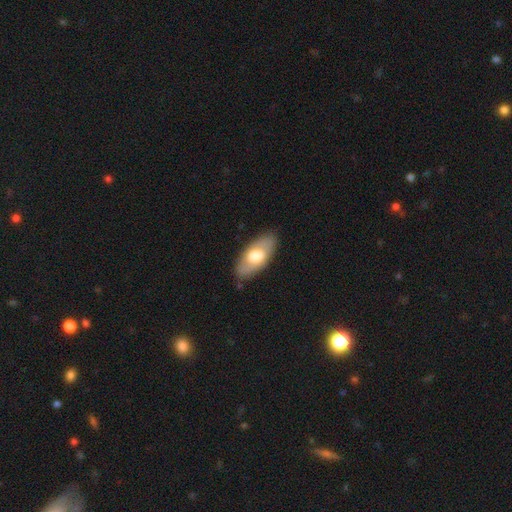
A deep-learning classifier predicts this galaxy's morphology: Smooth or featured: smooth — 59% (featured or disk — 36%)
How rounded: in between — 90% (cigar-shaped — 8%)
Merging: none — 83% (minor disturbance — 13%)